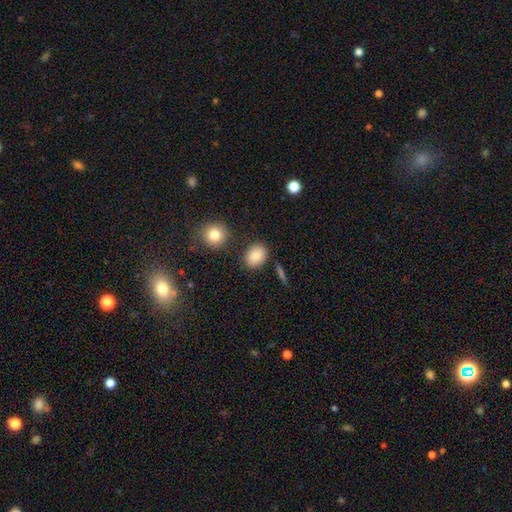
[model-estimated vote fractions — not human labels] This appears to be a smooth galaxy with no disk features (86%) that is in between round and cigar-shaped (59%). Merging: none (83%).